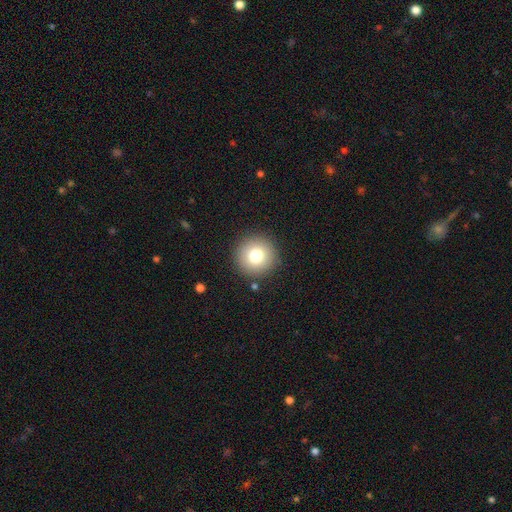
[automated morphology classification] Smooth or featured?
  - smooth: 77% *
  - star or artifact: 12%
  - featured or disk: 12%
How rounded?
  - round: 96% *
  - in between: 3%
  - cigar-shaped: 1%
Merging?
  - none: 90% *
  - minor disturbance: 6%
  - major disturbance: 2%
  - merger: 2%